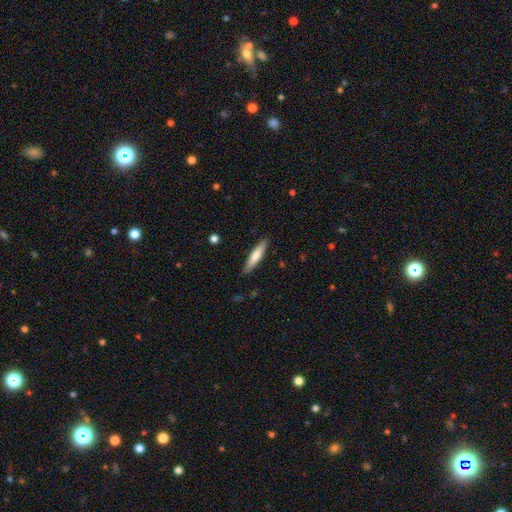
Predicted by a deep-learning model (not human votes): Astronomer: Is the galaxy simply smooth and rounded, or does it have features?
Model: smooth — 68%.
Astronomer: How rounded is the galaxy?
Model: cigar-shaped — 86%.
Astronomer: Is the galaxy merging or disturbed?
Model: none — 89%.